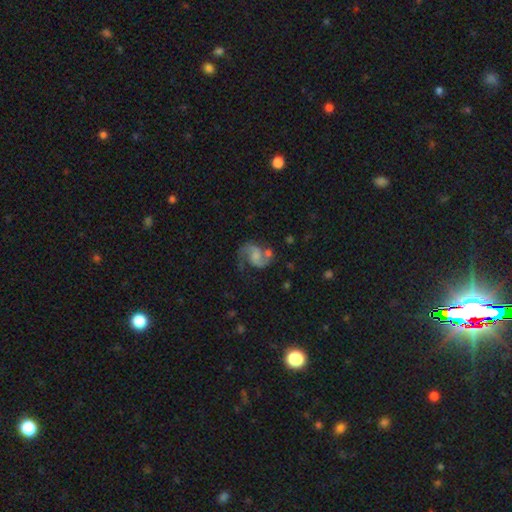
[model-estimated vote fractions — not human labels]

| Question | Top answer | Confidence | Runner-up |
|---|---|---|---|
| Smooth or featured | featured or disk | 83% | smooth (10%) |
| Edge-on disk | no | 98% | yes (2%) |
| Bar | no | 51% | weak (40%) |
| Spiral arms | yes | 96% | no (4%) |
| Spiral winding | medium | 50% | loose (38%) |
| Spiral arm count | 2 | 90% | 1 (5%) |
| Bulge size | small | 31% | none (30%) |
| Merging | none | 57% | minor disturbance (19%) |